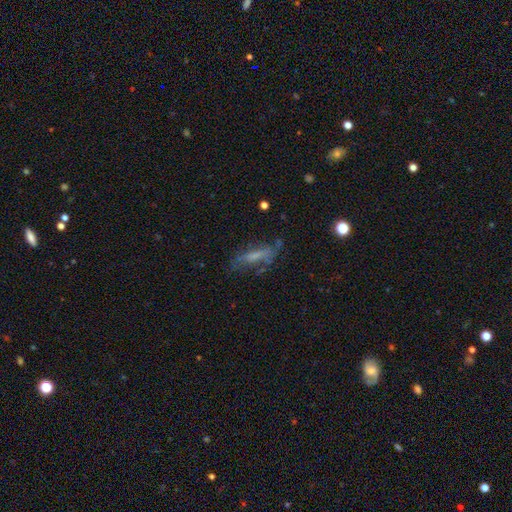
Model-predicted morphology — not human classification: This appears to be a smooth galaxy with no disk features (44%). Merging: none (54%).